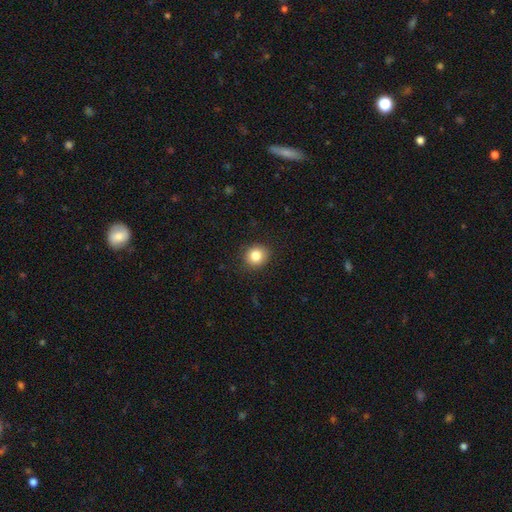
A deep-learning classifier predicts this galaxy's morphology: A smooth galaxy with no disk features (84%) that is round (81%). Merging: none (88%).